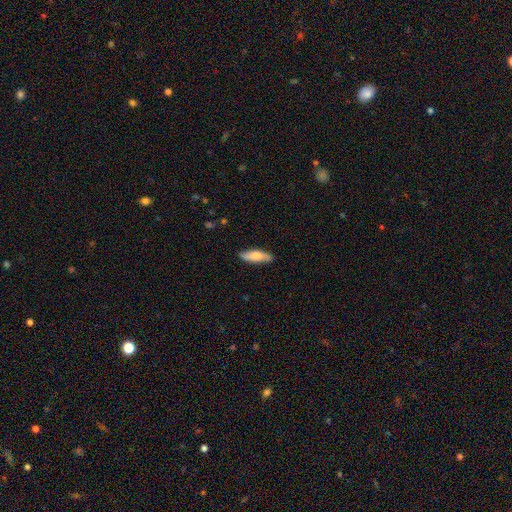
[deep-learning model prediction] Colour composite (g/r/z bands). It shows a smooth galaxy with no disk features (66%) that is cigar-shaped (55%). Merging: none (85%).